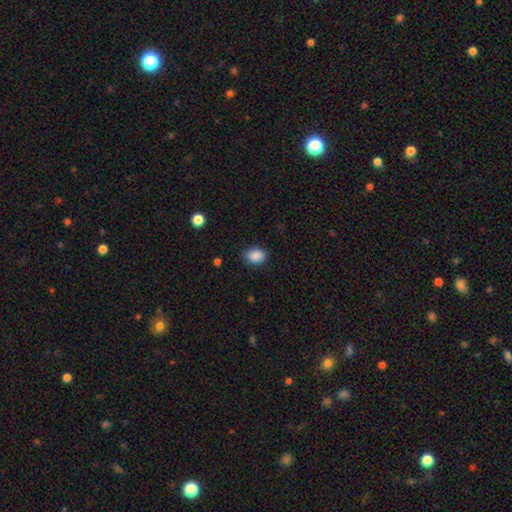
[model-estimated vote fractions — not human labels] Morphology: type=smooth (88%); roundness=in between (70%); merging=none (82%).